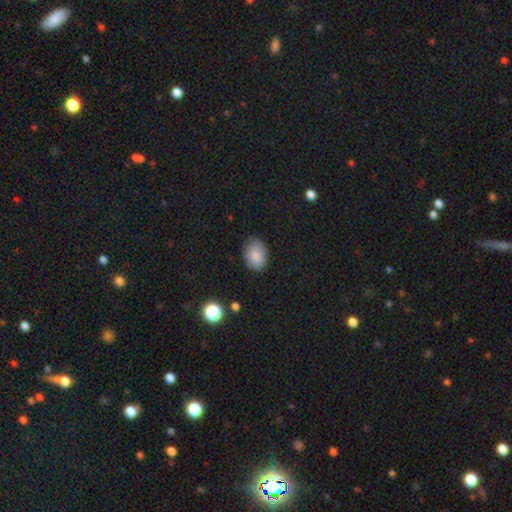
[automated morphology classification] Smooth or featured: smooth — 85% (star or artifact — 9%)
How rounded: in between — 74% (round — 25%)
Merging: none — 79% (minor disturbance — 17%)